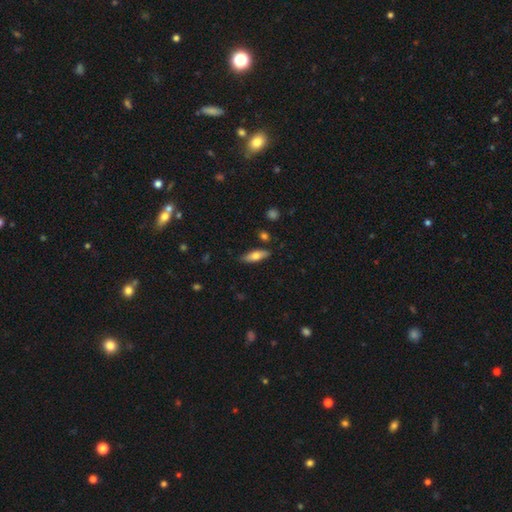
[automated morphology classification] Smooth or featured: smooth — 64% (featured or disk — 30%)
How rounded: in between — 56% (cigar-shaped — 42%)
Merging: none — 85% (minor disturbance — 11%)